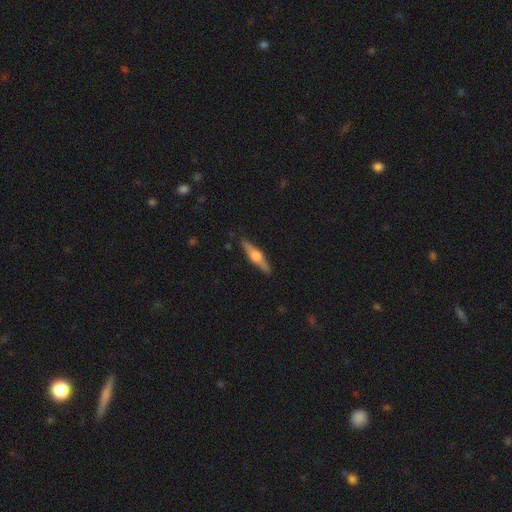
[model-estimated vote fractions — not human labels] Q: Smooth or featured?
A: featured or disk (68%); runner-up: smooth (26%)
Q: Edge-on disk?
A: yes (97%); runner-up: no (3%)
Q: Edge-on bulge?
A: rounded (90%); runner-up: boxy (8%)
Q: Merging?
A: none (89%); runner-up: minor disturbance (8%)